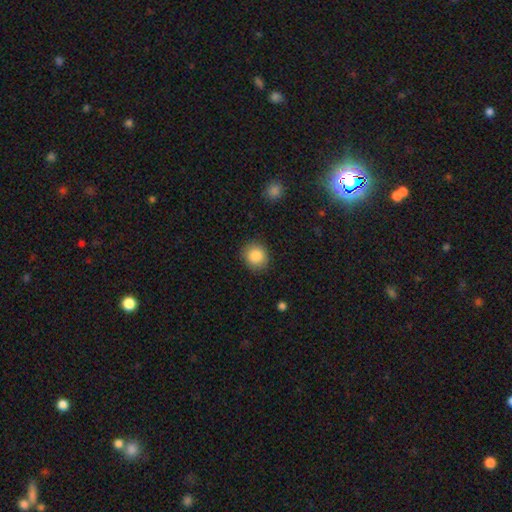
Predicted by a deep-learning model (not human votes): This is clearly a smooth galaxy (87%). How rounded: clearly round (82%). Merging: clearly none (87%).